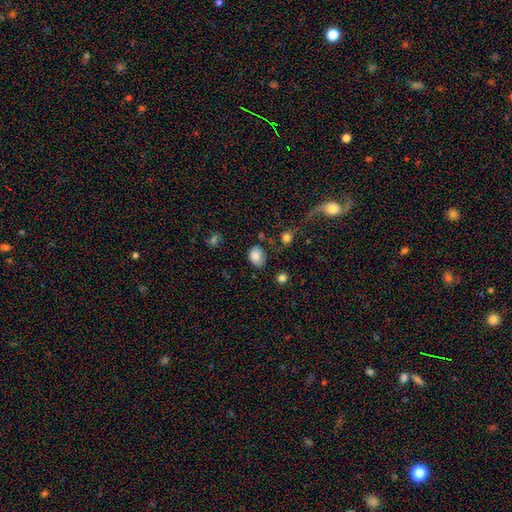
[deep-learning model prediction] Smooth or featured?
  - smooth: 82% *
  - star or artifact: 9%
  - featured or disk: 9%
How rounded?
  - in between: 65% *
  - round: 34%
  - cigar-shaped: 1%
Merging?
  - none: 59% *
  - minor disturbance: 27%
  - major disturbance: 9%
  - merger: 4%